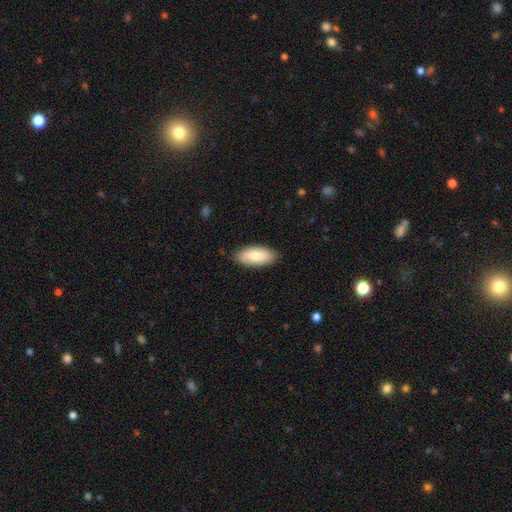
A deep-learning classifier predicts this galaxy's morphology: smooth 74%, featured or disk 21%, star or artifact 6%. Down the decision tree: how rounded — in between (90%); merging — none (86%).